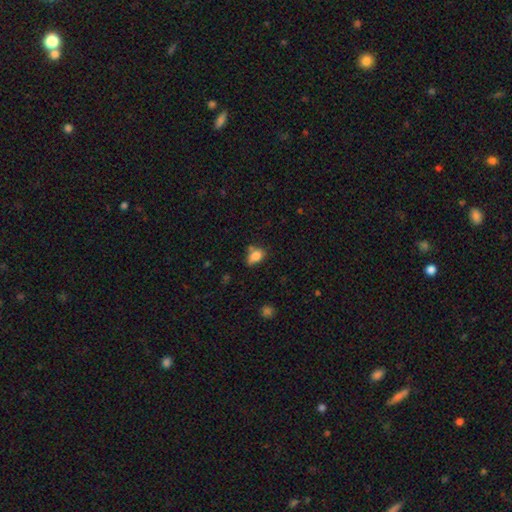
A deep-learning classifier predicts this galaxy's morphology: smooth 82%, star or artifact 10%, featured or disk 8%. Down the decision tree: how rounded — in between (77%); merging — none (54%).